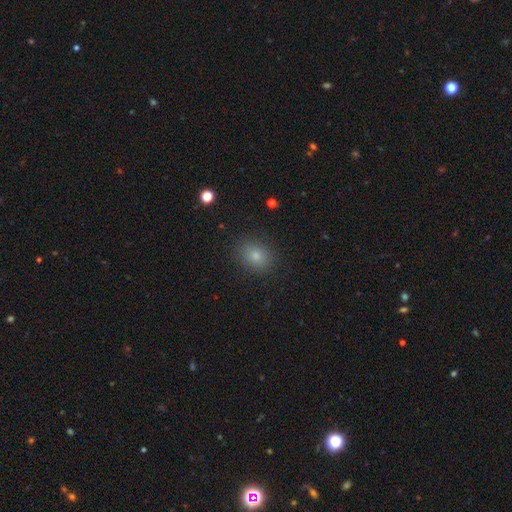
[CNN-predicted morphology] A smooth galaxy with no disk features (80%) that is in between round and cigar-shaped (54%).

Vote fractions:
- Smooth or featured? smooth: 80% / star or artifact: 12% / featured or disk: 8%
- How rounded? in between: 54% / round: 45% / cigar-shaped: 1%
- Merging? none: 87% / minor disturbance: 9% / major disturbance: 3% / merger: 1%